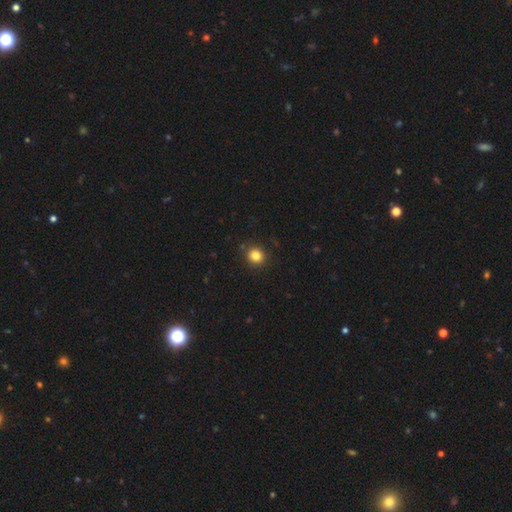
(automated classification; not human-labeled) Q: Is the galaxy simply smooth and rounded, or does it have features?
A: smooth — 83%.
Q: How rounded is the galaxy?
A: round — 89%.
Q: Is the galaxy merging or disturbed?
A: none — 89%.